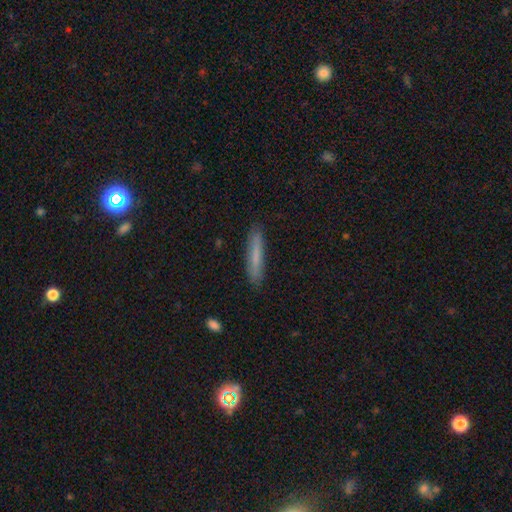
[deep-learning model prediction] Q: Smooth or featured?
A: smooth (73%); runner-up: featured or disk (20%)
Q: How rounded?
A: cigar-shaped (92%); runner-up: in between (6%)
Q: Merging?
A: none (88%); runner-up: minor disturbance (9%)